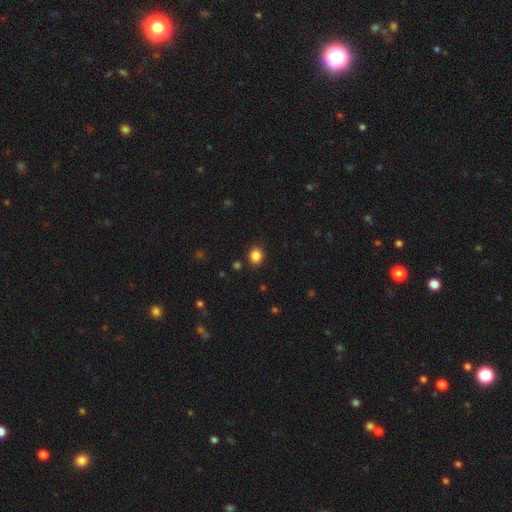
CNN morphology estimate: type=smooth (85%); roundness=round (73%); merging=none (89%).